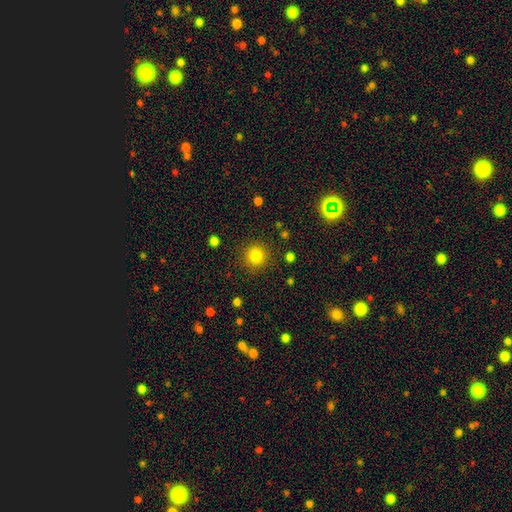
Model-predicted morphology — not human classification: Smooth or featured? smooth (82%)
How rounded? round (92%)
Merging? none (88%)